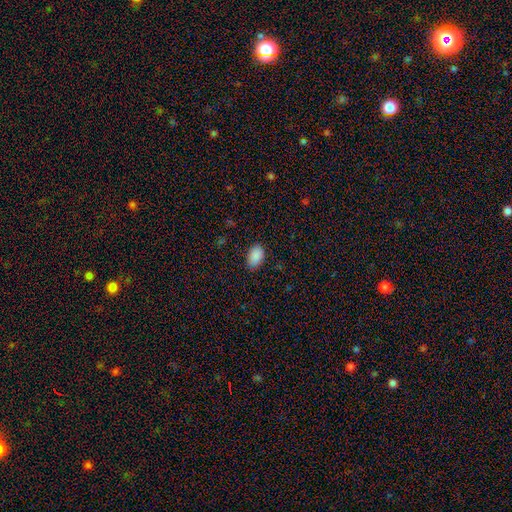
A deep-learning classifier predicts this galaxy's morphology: A smooth galaxy with no disk features (89%) that is in between round and cigar-shaped (90%). Merging: none (85%).